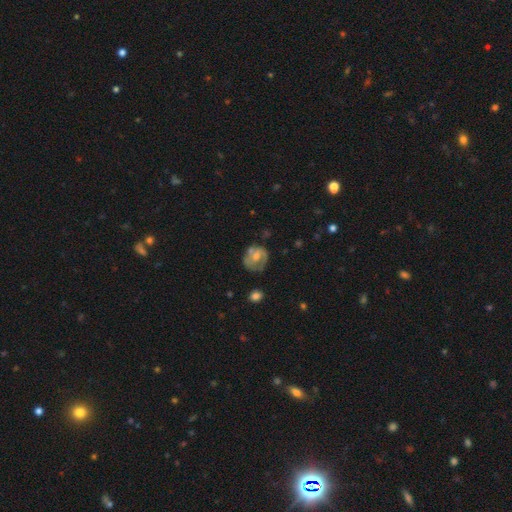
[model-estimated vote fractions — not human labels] This is possibly a featured or disk galaxy (54%). It is clearly not viewed edge-on (97%). Bar: possibly no (56%). Spiral arm pattern: possibly yes (58%). Central bulge: possibly moderate (51%). Merging: possibly none (53%).